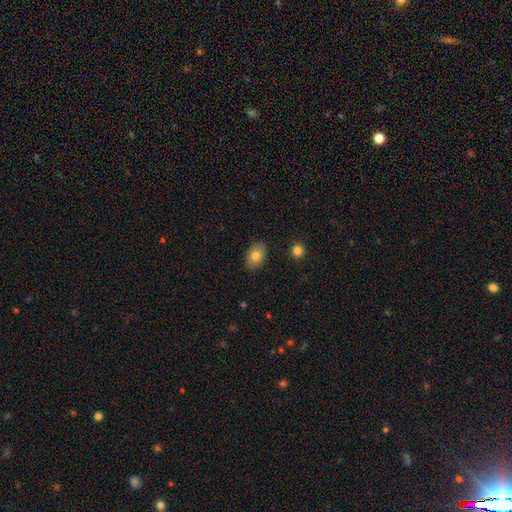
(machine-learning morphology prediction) A smooth galaxy with no disk features (79%) that is in between round and cigar-shaped (85%). Merging: none (87%).